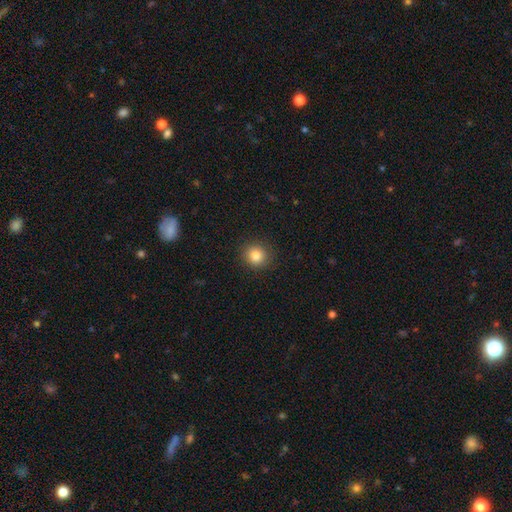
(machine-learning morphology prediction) This appears to be a smooth galaxy with no disk features (83%) that is round (90%). Merging: none (90%).